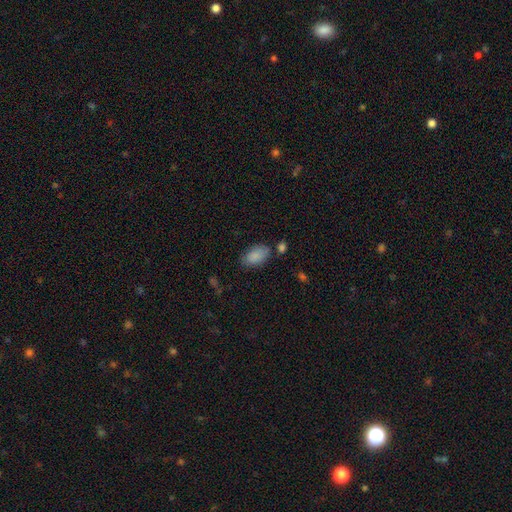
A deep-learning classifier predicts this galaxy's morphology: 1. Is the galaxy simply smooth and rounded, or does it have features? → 86% smooth, 7% star or artifact, 7% featured or disk.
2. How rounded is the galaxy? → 93% in between, 5% round, 2% cigar-shaped.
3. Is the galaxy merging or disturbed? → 71% none, 18% minor disturbance, 6% merger, 5% major disturbance.